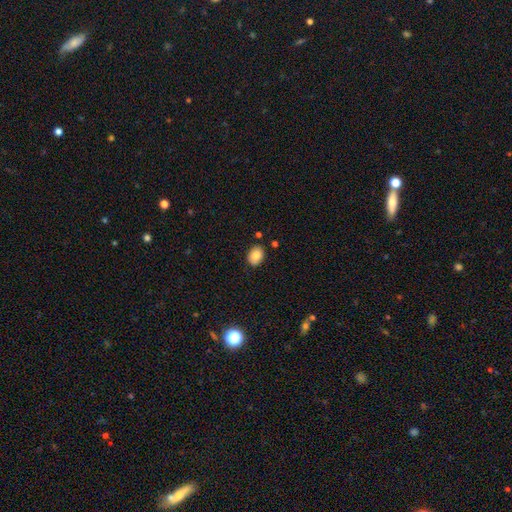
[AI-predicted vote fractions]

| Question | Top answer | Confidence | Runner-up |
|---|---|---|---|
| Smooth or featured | smooth | 84% | star or artifact (9%) |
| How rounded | in between | 67% | round (32%) |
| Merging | none | 83% | minor disturbance (12%) |